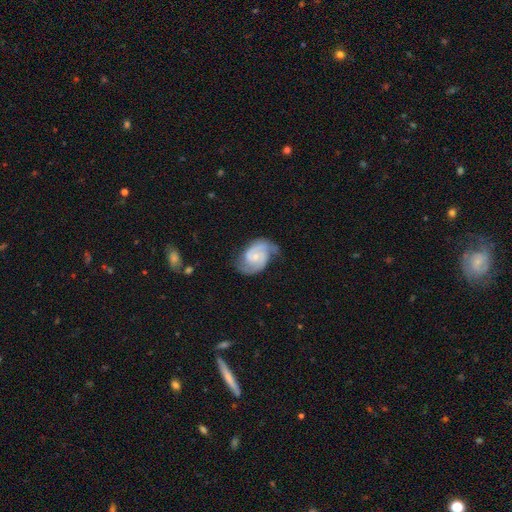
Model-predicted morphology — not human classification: type=featured or disk (84%); edge-on=no (98%); bar=no (60%); spiral arms=yes (97%); winding=medium (52%); arm count=2 (90%); bulge=small (63%); merging=none (66%).